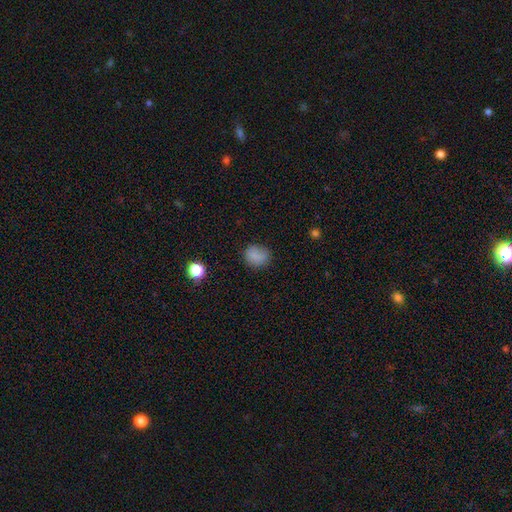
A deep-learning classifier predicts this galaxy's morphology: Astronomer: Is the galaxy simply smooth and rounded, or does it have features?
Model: smooth — 81%.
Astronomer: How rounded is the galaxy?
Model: round — 70%.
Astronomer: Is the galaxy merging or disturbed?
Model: none — 75%.